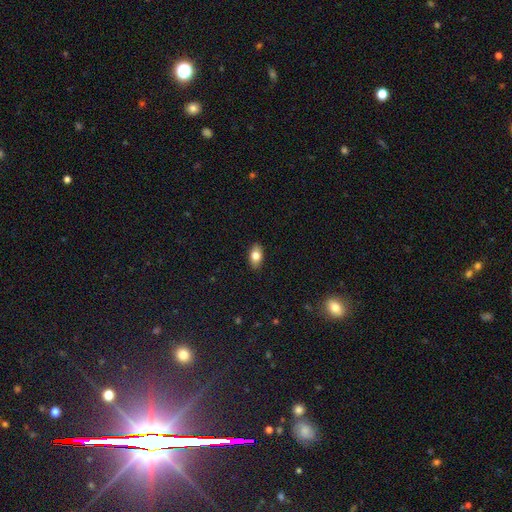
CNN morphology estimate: Smooth or featured? smooth (80%)
How rounded? in between (89%)
Merging? none (88%)